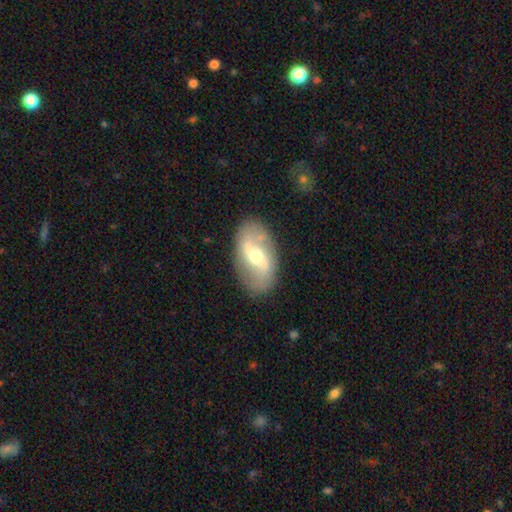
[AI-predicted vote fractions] A featured or disk galaxy (71%) with a strong bar (48%), spiral arms (62%) and a moderate central bulge (64%). Merging: none (82%).